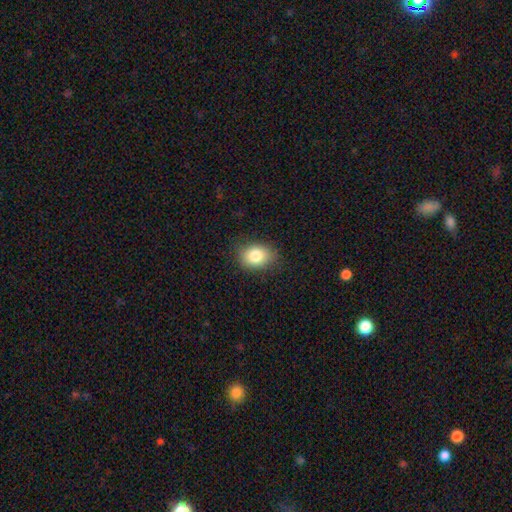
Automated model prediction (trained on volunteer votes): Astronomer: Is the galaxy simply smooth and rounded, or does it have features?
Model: smooth — 81%.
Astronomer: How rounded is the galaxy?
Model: in between — 65%.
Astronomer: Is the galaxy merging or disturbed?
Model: none — 82%.